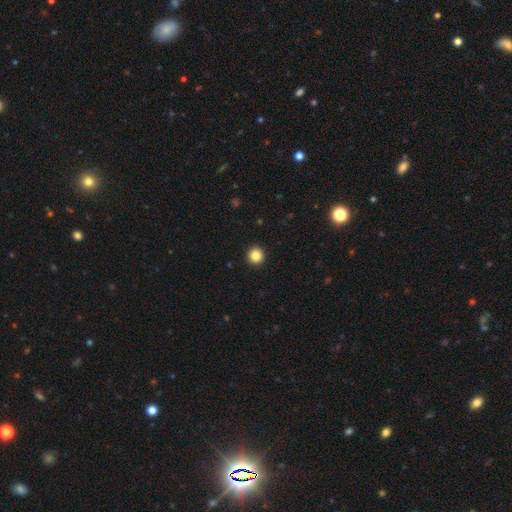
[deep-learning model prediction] A smooth galaxy with no disk features (85%) that is round (95%). Merging: none (94%).